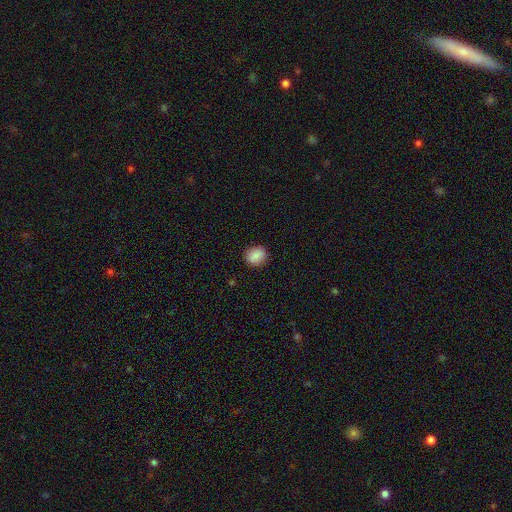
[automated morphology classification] A smooth galaxy with no disk features (85%) that is round (71%). Merging: none (89%).